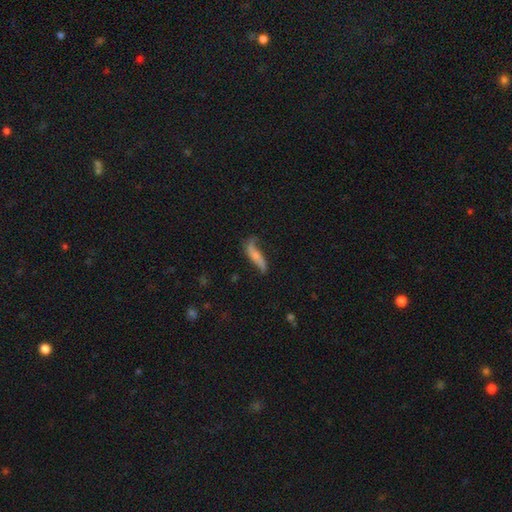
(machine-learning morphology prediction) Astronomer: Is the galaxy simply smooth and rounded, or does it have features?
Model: featured or disk — 54% (runner-up: smooth, 39%).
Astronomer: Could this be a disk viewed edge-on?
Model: no — 65%.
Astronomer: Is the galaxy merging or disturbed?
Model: none — 53% (runner-up: minor disturbance, 28%).